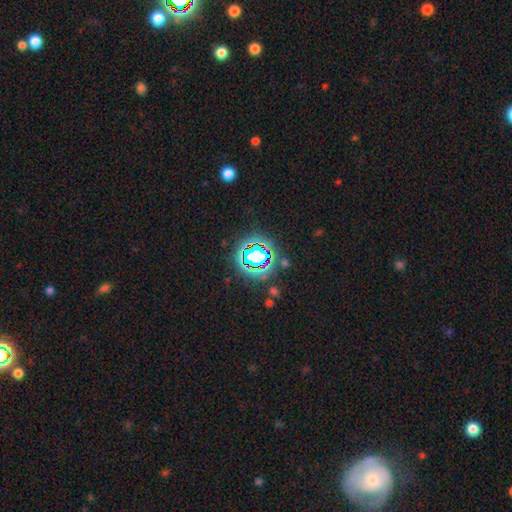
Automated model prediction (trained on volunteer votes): The model was most divided on "smooth or featured": star or artifact: 69%, smooth: 19%, featured or disk: 12%.